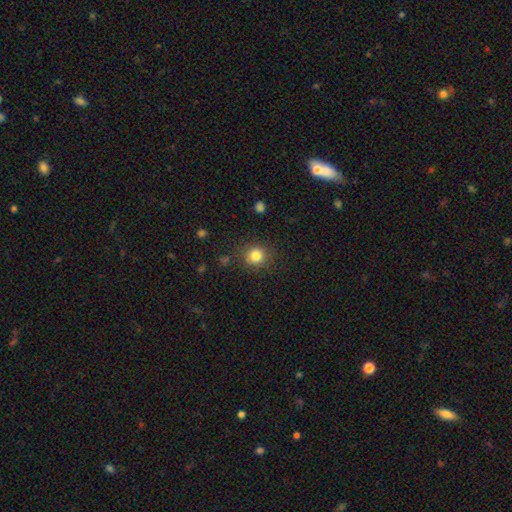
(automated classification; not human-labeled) Smooth or featured? smooth (82%)
How rounded? round (89%)
Merging? none (86%)